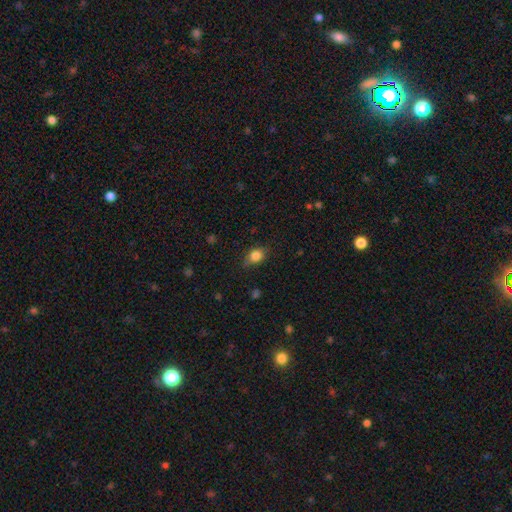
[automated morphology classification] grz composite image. It shows a smooth galaxy with no disk features (84%) that is in between round and cigar-shaped (59%). Merging: none (74%).